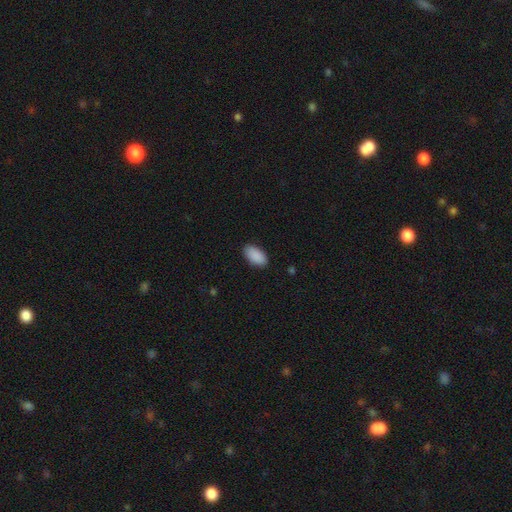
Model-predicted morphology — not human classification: Overall: smooth (91%). How rounded: in between (95%). Merging: none (89%).